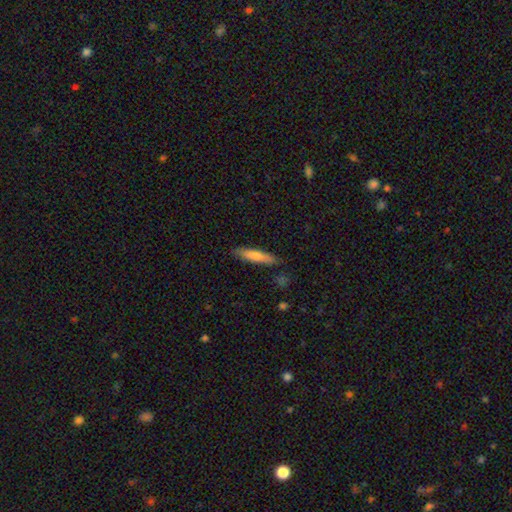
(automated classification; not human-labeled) Smooth or featured? Predicted: smooth (p=0.67). How rounded? Predicted: cigar-shaped (p=0.85). Merging? Predicted: none (p=0.85).